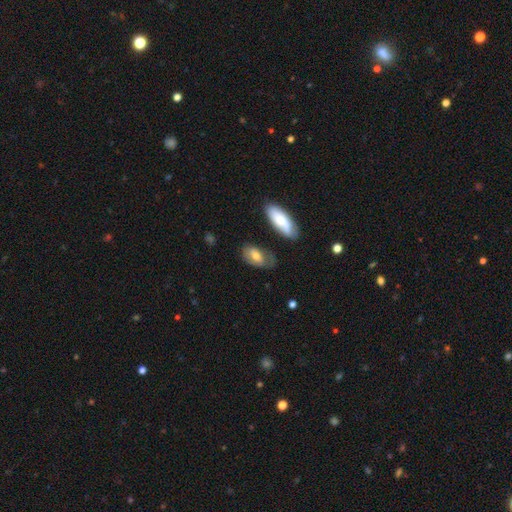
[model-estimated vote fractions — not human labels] Smooth or featured: smooth — 62% (featured or disk — 30%)
How rounded: in between — 88% (cigar-shaped — 6%)
Merging: none — 55% (minor disturbance — 28%)